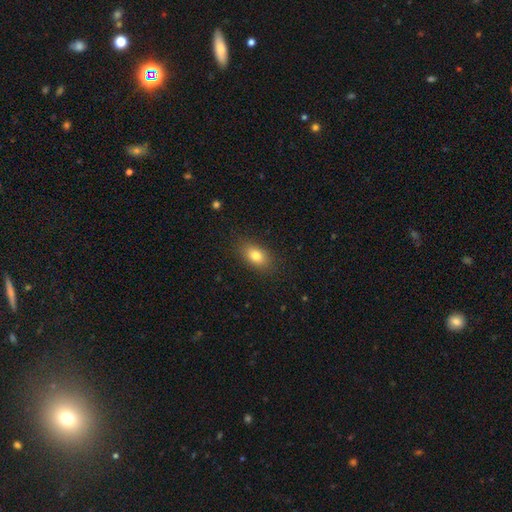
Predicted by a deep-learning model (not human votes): A smooth galaxy with no disk features (80%) that is in between round and cigar-shaped (82%). Merging: none (85%).